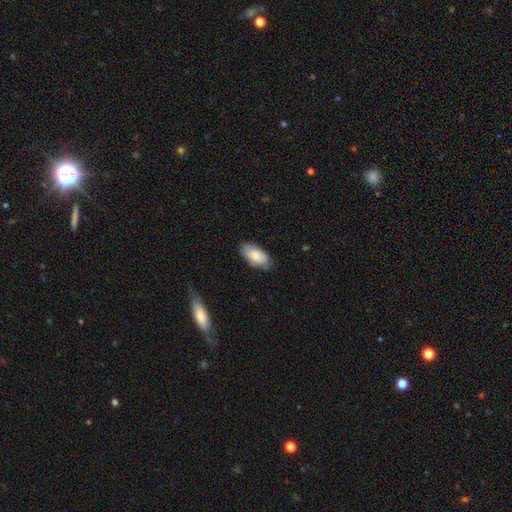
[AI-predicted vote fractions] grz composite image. It shows a smooth galaxy with no disk features (83%) that is in between round and cigar-shaped (94%). Merging: none (79%).